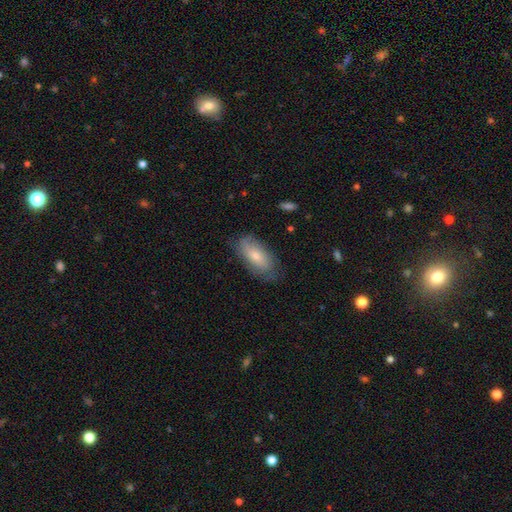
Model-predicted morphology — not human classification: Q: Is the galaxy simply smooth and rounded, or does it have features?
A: smooth — 69%.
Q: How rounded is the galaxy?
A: in between — 88%.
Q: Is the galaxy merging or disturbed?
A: none — 72%.